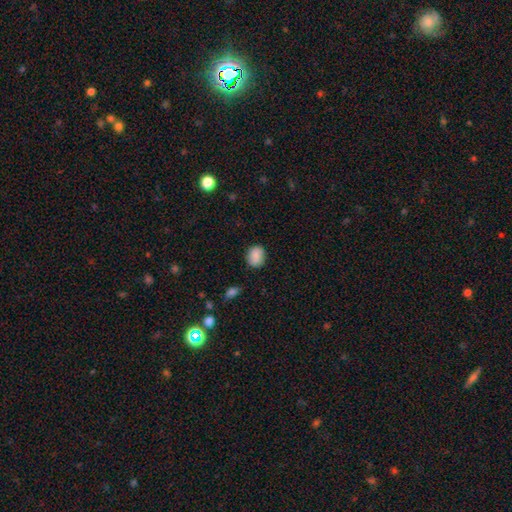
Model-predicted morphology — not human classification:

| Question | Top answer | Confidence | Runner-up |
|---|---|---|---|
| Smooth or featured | smooth | 87% | star or artifact (8%) |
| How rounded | round | 56% | in between (43%) |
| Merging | none | 83% | minor disturbance (13%) |